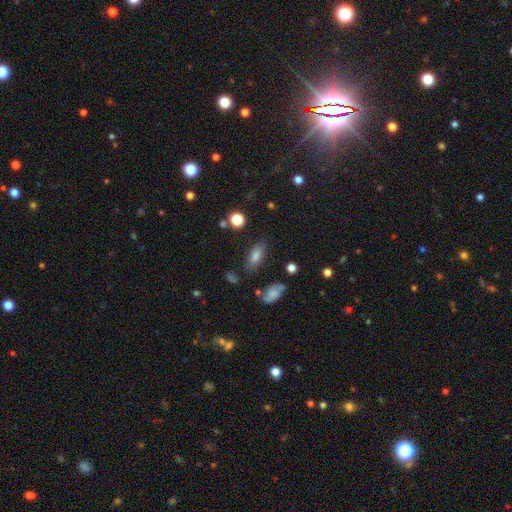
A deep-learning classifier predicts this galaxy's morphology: This is likely a smooth galaxy (75%). How rounded: likely in between (79%). Merging: likely none (79%).